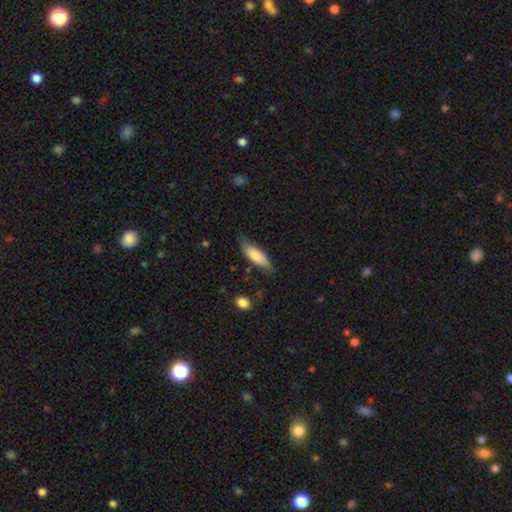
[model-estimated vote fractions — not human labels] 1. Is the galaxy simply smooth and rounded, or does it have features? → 75% smooth, 19% featured or disk, 6% star or artifact.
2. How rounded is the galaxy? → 64% in between, 34% cigar-shaped, 2% round.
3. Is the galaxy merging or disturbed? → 65% none, 27% minor disturbance, 6% major disturbance, 2% merger.